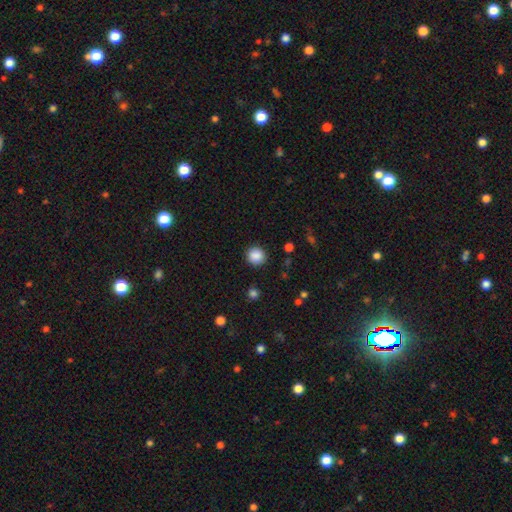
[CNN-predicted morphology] Overall: smooth (87%). How rounded: round (93%). Merging: none (90%).